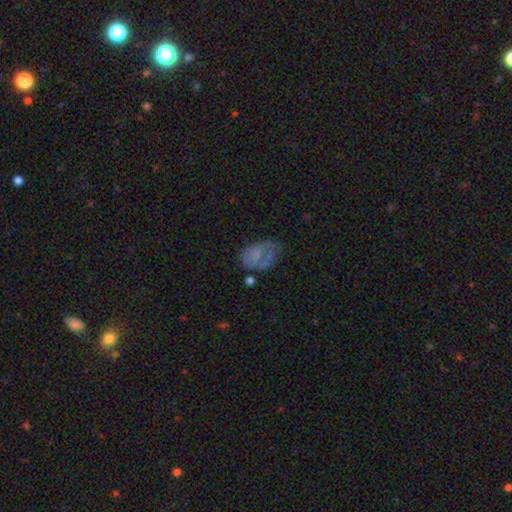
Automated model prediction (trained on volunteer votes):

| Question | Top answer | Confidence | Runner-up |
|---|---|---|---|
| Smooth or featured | smooth | 48% | featured or disk (41%) |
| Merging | none | 33% | major disturbance (30%) |